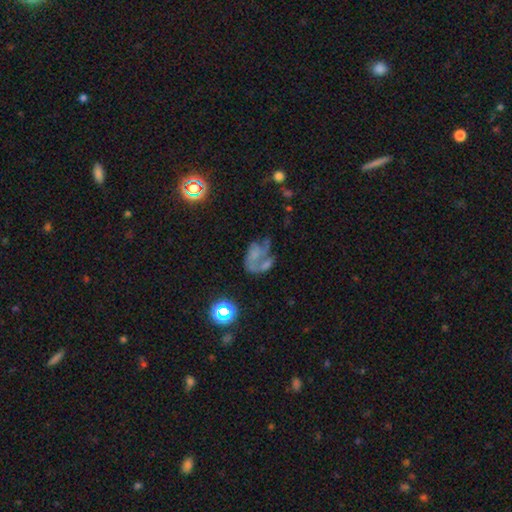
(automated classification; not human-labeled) This is possibly a featured or disk galaxy (56%). It is clearly not viewed edge-on (98%). Bar: clearly no (80%). Spiral arm pattern: possibly yes (57%). Central bulge: likely none (63%). Merging: marginally major disturbance (35%).